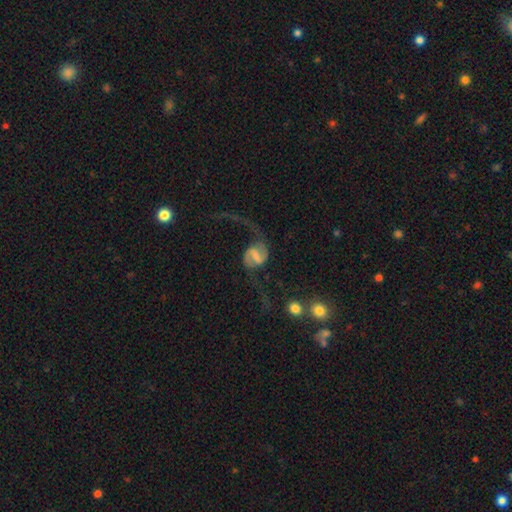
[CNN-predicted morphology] type=featured or disk (85%); edge-on=no (98%); bar=weak (45%); spiral arms=yes (95%); winding=loose (72%); arm count=2 (92%); bulge=none (34%); merging=none (52%).